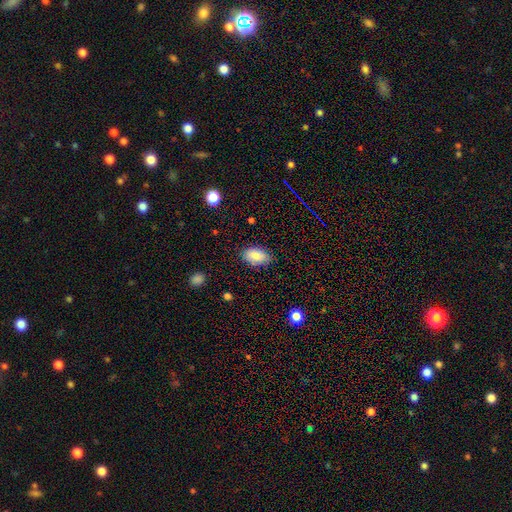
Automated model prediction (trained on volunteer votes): Morphology: type=smooth (84%); roundness=in between (92%); merging=none (79%).